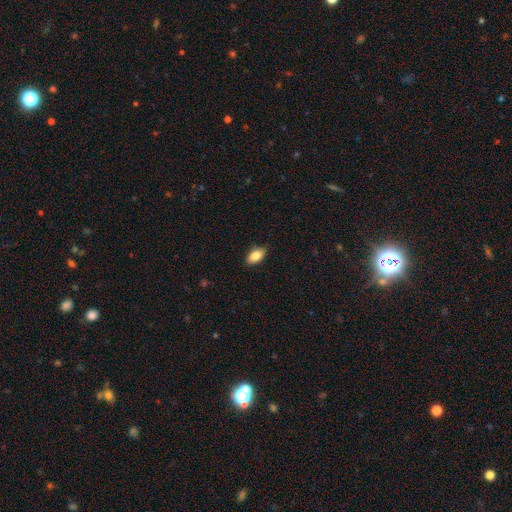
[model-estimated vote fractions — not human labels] Overall: smooth (83%). How rounded: in between (91%). Merging: none (87%).